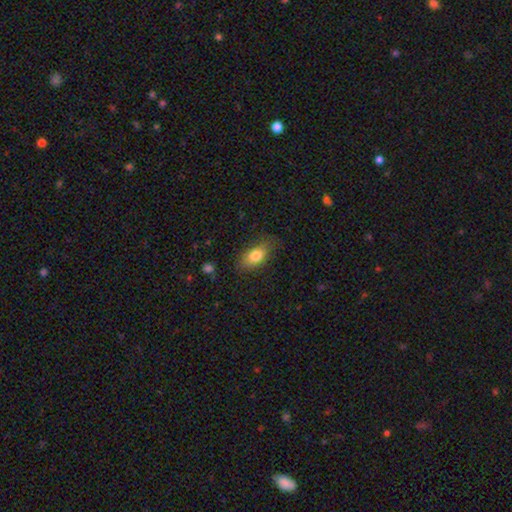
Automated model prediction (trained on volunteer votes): Smooth or featured: smooth — 79% (featured or disk — 13%)
How rounded: in between — 85% (cigar-shaped — 8%)
Merging: none — 74% (minor disturbance — 20%)